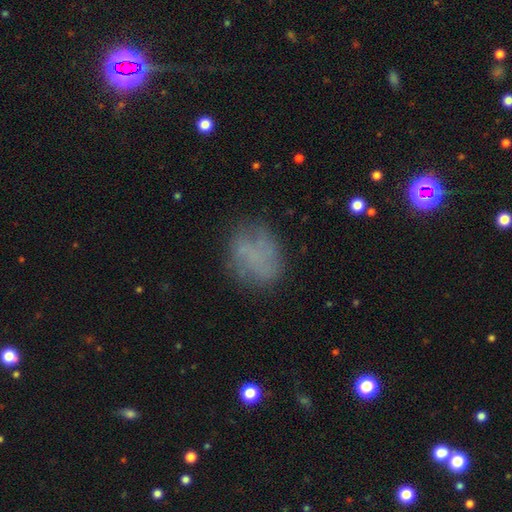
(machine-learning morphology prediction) This is possibly a smooth galaxy (58%). How rounded: possibly in between (51%). Merging: likely none (68%).